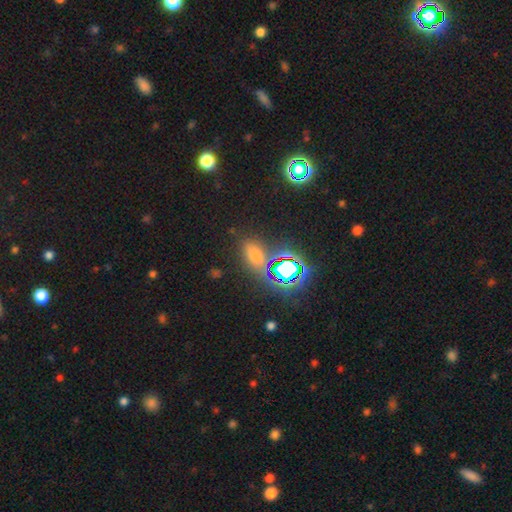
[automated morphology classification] smooth-or-featured: smooth: 47% | star or artifact: 43% | featured or disk: 10%
  merging: none: 74% | minor disturbance: 13% | merger: 8% | major disturbance: 5%